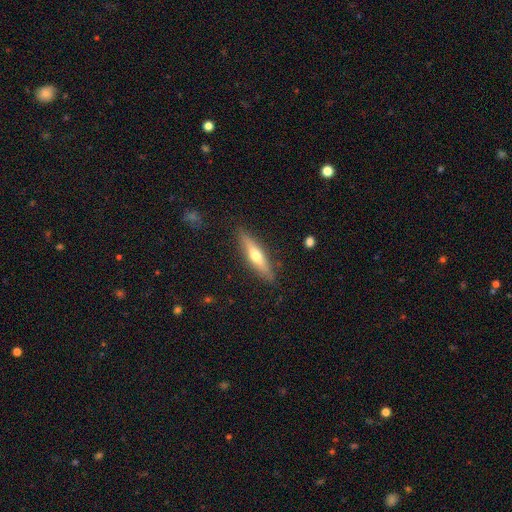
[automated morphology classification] This appears to be a featured or disk galaxy (48%). Merging: none (86%).